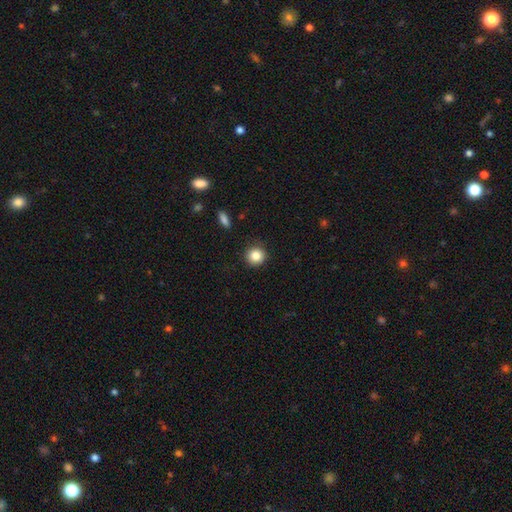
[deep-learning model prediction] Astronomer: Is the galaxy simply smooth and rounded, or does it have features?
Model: smooth — 84%.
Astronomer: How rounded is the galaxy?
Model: round — 92%.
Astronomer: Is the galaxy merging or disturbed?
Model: none — 90%.